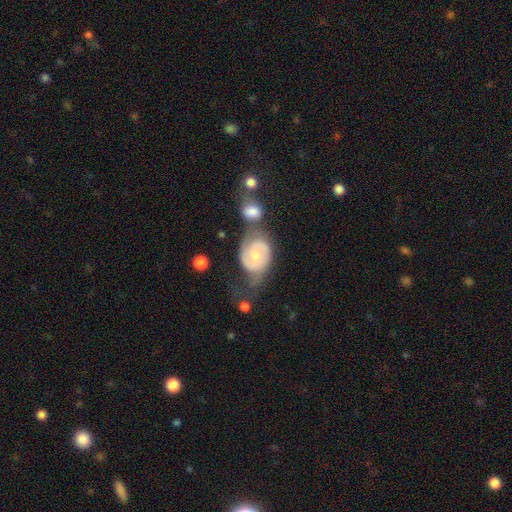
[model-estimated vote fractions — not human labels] This appears to be a featured or disk galaxy (82%) with no bar (53%), 2 (84%) medium (44%) spiral arms (94%) and a moderate central bulge (61%). Merging: none (36%).